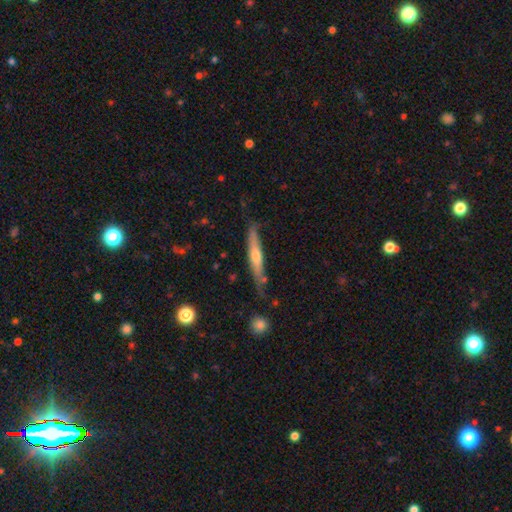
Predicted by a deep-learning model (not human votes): Smooth or featured? featured or disk (57%)
Edge-on disk? yes (93%)
Edge-on bulge? rounded (76%)
Merging? none (74%)